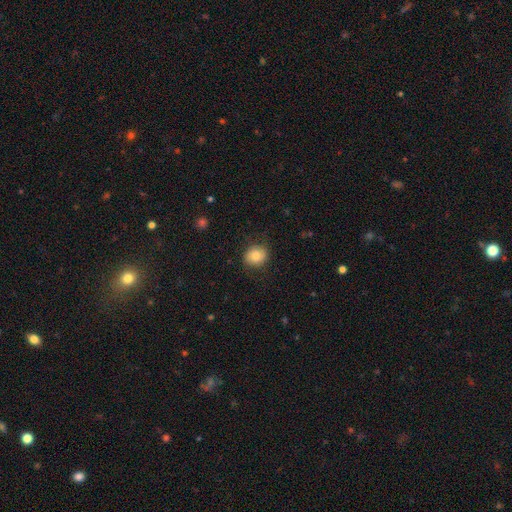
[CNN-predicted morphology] smooth_or_featured: smooth (p=0.80) [alt: featured or disk p=0.11]
how_rounded: round (p=0.72) [alt: in between p=0.27]
merging: none (p=0.81) [alt: minor disturbance p=0.13]